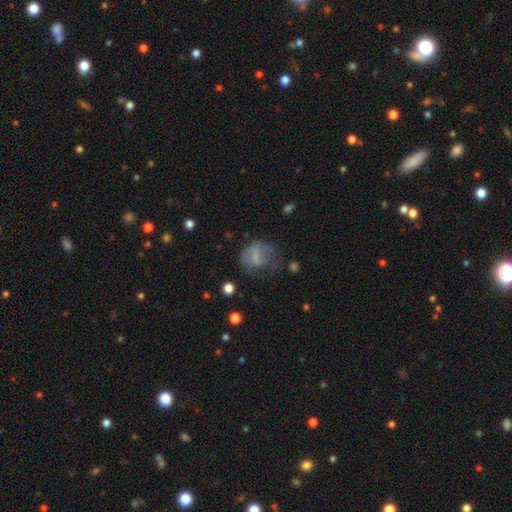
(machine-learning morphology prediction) Smooth or featured? Predicted: smooth (p=0.59). How rounded? Predicted: round (p=0.51). Merging? Predicted: none (p=0.38).